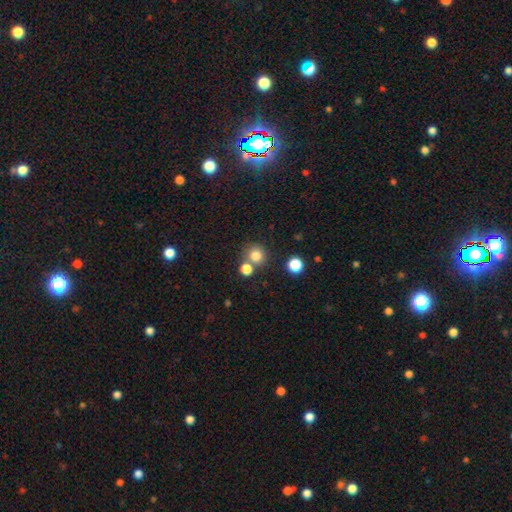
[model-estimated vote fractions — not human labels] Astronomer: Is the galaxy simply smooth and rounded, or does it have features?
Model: smooth — 80%.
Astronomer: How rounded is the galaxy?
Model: round — 89%.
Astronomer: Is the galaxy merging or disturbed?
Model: none — 68%.